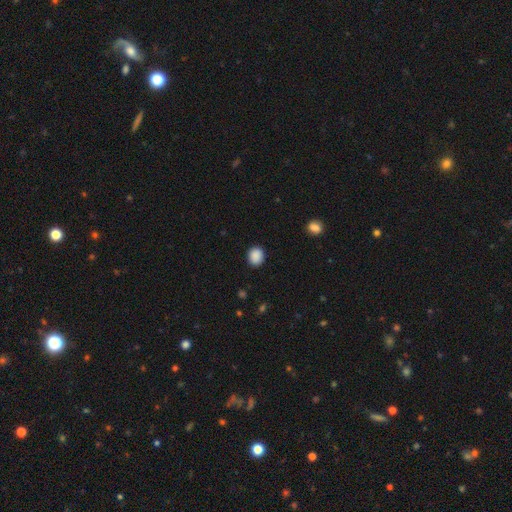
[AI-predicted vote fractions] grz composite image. It shows a smooth galaxy with no disk features (89%) that is round (73%). Merging: none (89%).